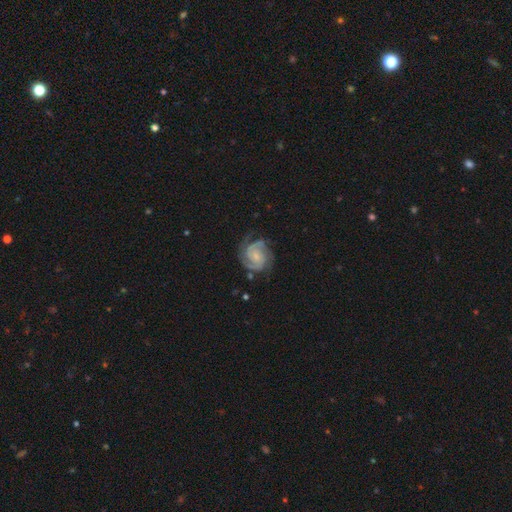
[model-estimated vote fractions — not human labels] smooth_or_featured: featured or disk (p=0.91) [alt: smooth p=0.05]
disk_edge_on: no (p=0.98) [alt: yes p=0.02]
bar: no (p=0.62) [alt: weak p=0.31]
has_spiral_arms: yes (p=0.98) [alt: no p=0.02]
spiral_winding: tight (p=0.61) [alt: medium p=0.34]
spiral_arm_count: 2 (p=0.62) [alt: 3 p=0.22]
bulge_size: small (p=0.66) [alt: moderate p=0.20]
merging: none (p=0.73) [alt: minor disturbance p=0.17]